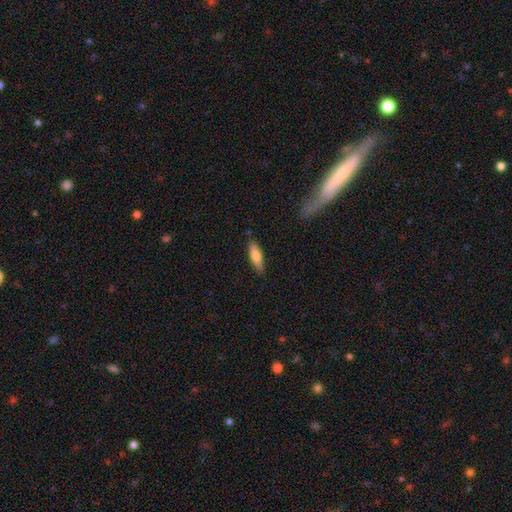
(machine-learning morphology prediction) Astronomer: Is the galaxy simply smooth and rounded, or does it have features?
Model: smooth — 73%.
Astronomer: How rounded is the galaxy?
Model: cigar-shaped — 54% (runner-up: in between, 45%).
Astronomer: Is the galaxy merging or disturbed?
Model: none — 84%.